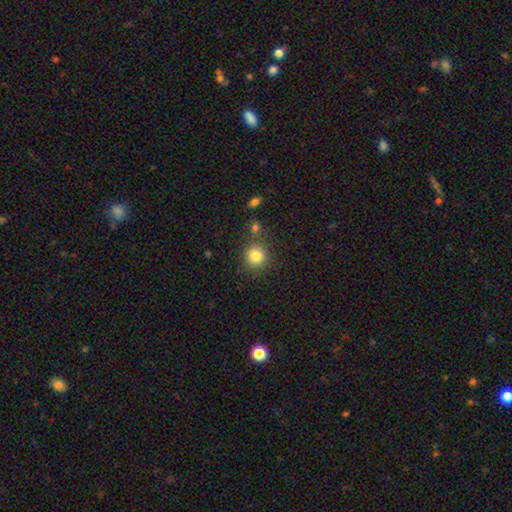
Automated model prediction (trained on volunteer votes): Smooth or featured? smooth (83%)
How rounded? round (91%)
Merging? none (79%)